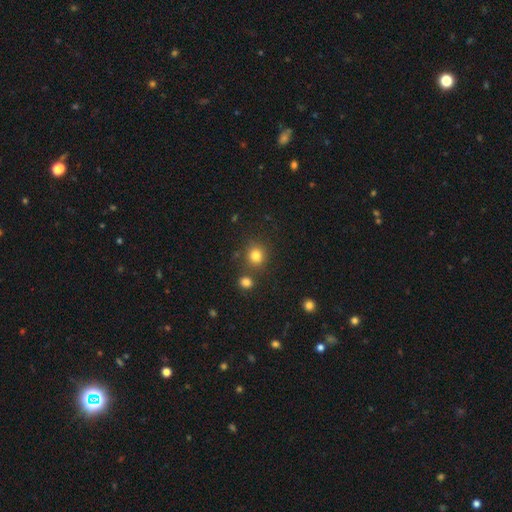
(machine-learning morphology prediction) smooth 81%, star or artifact 13%, featured or disk 6%. Down the decision tree: how rounded — round (85%); merging — none (76%).